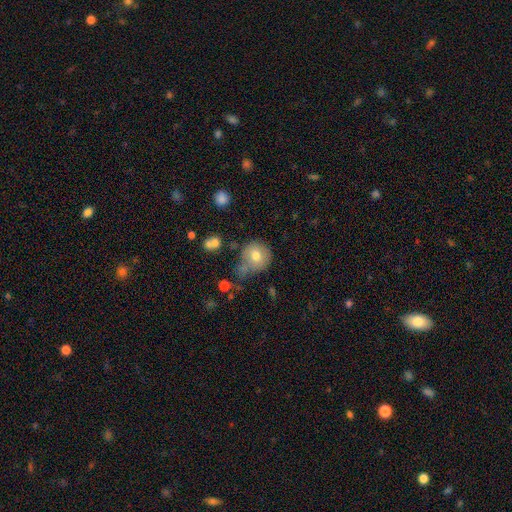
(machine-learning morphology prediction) The model was most divided on "merging": none: 49%, minor disturbance: 23%, merger: 16%, major disturbance: 12%. More confident: how rounded — round (84%); smooth or featured — smooth (75%).